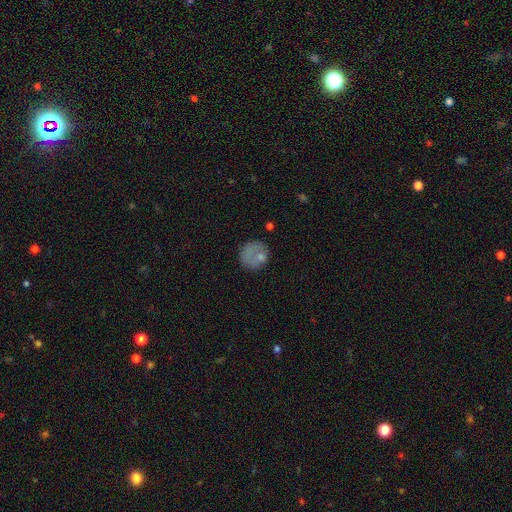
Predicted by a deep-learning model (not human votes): Smooth or featured? Predicted: smooth (p=0.69). How rounded? Predicted: round (p=0.80). Merging? Predicted: none (p=0.53).